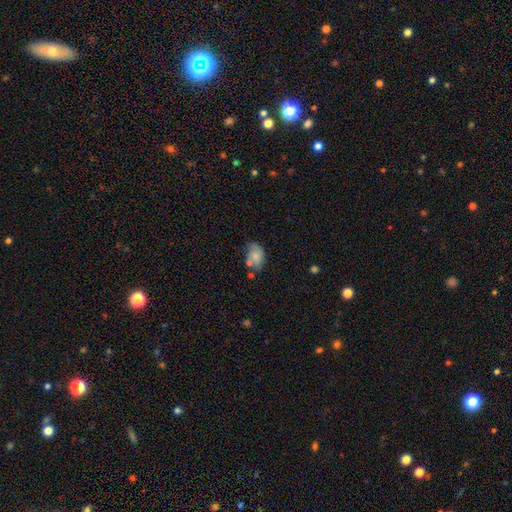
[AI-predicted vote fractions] smooth 73%, featured or disk 19%, star or artifact 8%. Down the decision tree: how rounded — in between (82%); merging — none (45%).